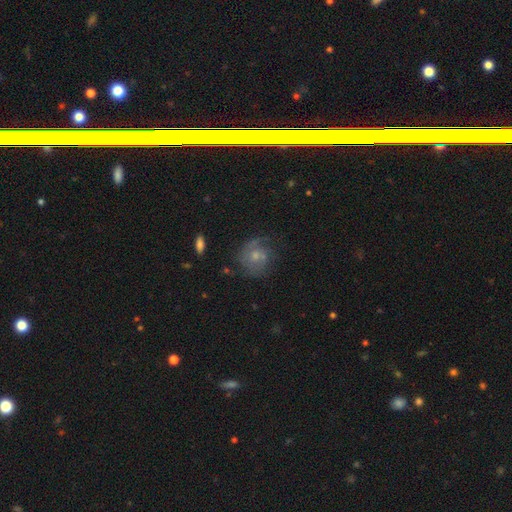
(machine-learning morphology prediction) smooth-or-featured: featured or disk: 56% | smooth: 34% | star or artifact: 10%
  disk-edge-on: no: 97% | yes: 3%
    bar: no: 73% | weak: 24% | strong: 3%
    has-spiral-arms: yes: 75% | no: 25%
    bulge-size: moderate: 45% | small: 44% | none: 6% | large: 3% | dominant: 1%
  merging: none: 58% | minor disturbance: 22% | major disturbance: 15% | merger: 5%